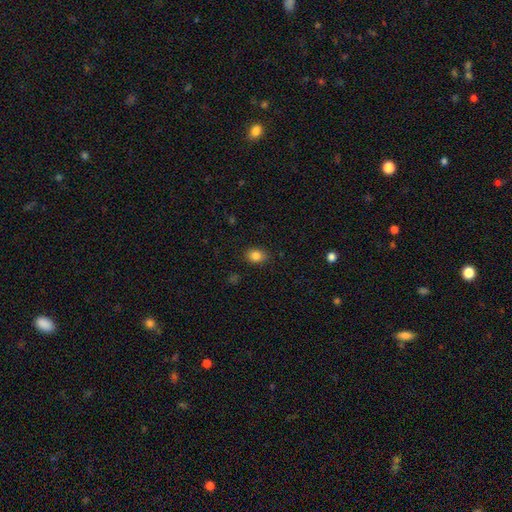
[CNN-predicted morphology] Smooth or featured? smooth (85%)
How rounded? in between (62%)
Merging? none (86%)